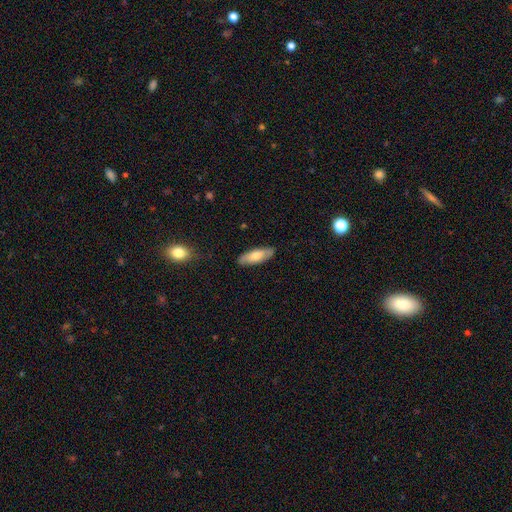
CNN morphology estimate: This appears to be a smooth galaxy with no disk features (69%) that is in between round and cigar-shaped (63%). Merging: none (87%).